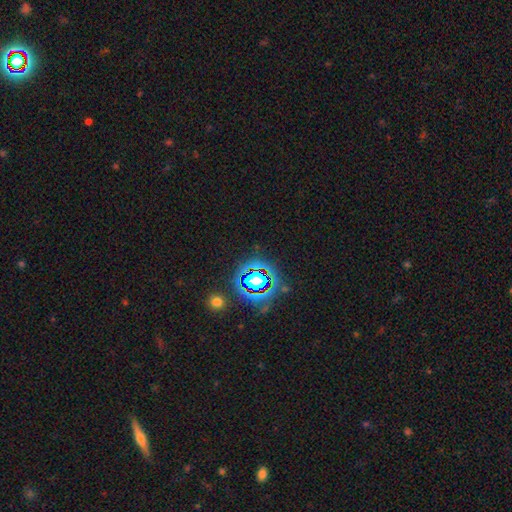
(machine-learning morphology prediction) The model was most divided on "smooth or featured": star or artifact: 78%, smooth: 13%, featured or disk: 9%.